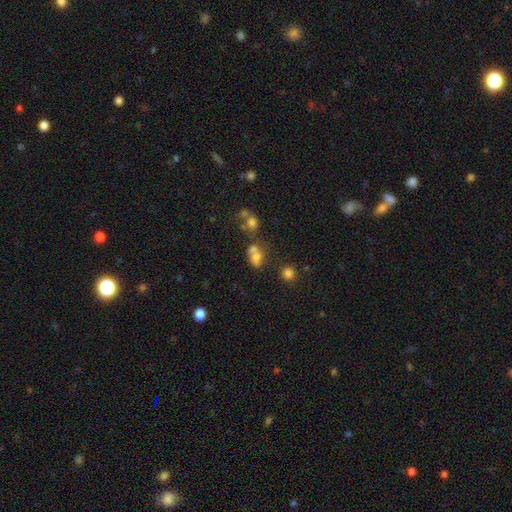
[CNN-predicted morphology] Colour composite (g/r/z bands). It shows a smooth galaxy with no disk features (66%) that is in between round and cigar-shaped (61%). Merging: merger (49%).